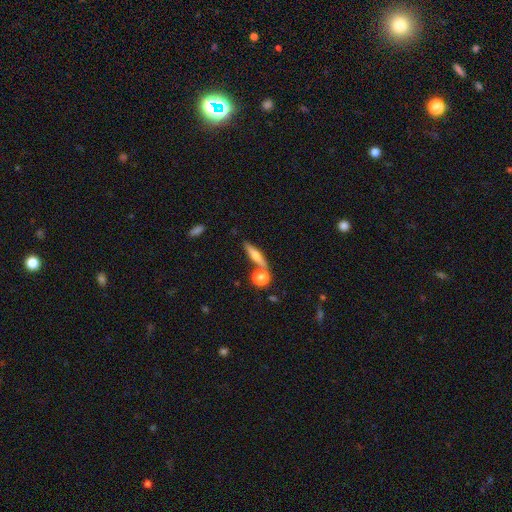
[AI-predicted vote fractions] smooth_or_featured: smooth (p=0.47) [alt: featured or disk p=0.45]
merging: none (p=0.73) [alt: merger p=0.14]